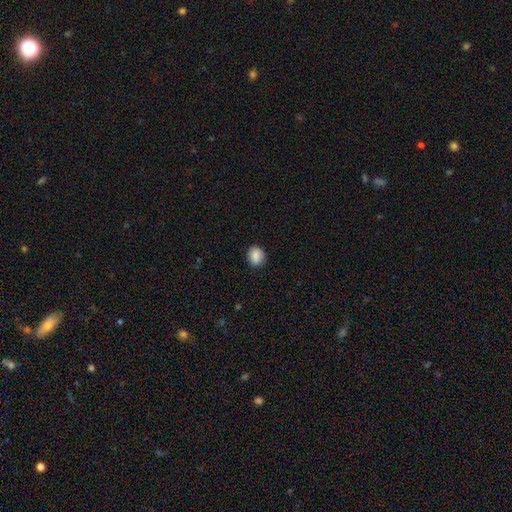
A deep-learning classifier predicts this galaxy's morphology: The model was most divided on "how rounded": round: 76%, in between: 23%, cigar-shaped: 1%. More confident: merging — none (90%); smooth or featured — smooth (89%).